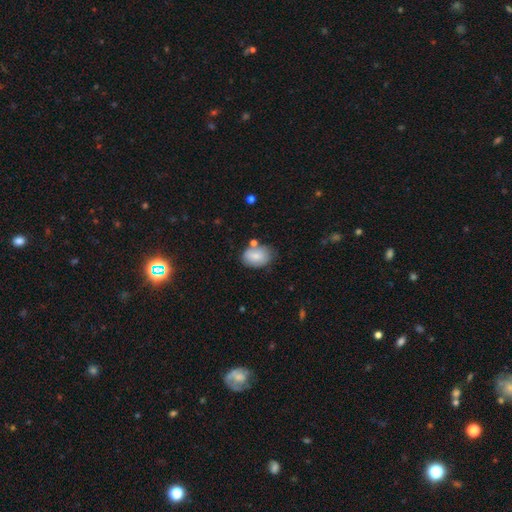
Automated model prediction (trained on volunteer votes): This is clearly a smooth galaxy (81%). How rounded: clearly in between (80%). Merging: likely none (65%).